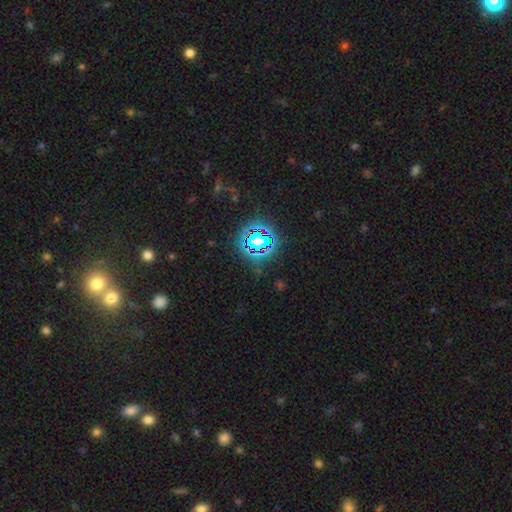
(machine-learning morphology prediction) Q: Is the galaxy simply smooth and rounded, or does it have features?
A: star or artifact — 79%.